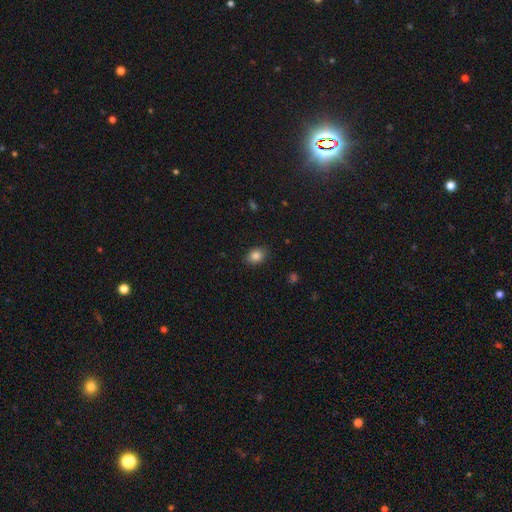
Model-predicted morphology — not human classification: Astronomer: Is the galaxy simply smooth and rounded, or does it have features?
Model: smooth — 85%.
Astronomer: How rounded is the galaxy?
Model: in between — 69%.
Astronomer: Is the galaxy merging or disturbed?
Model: none — 87%.